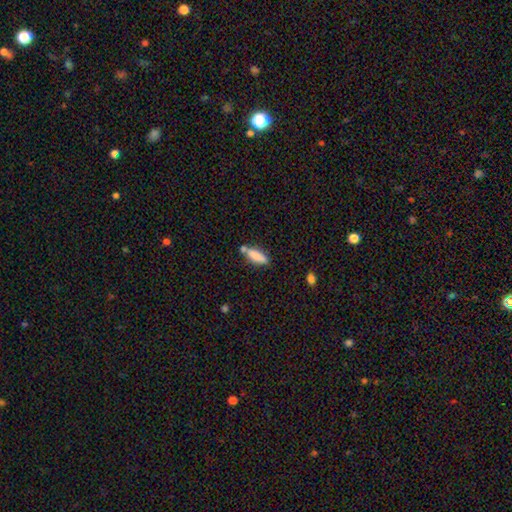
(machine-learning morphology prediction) smooth-or-featured: smooth: 80% | featured or disk: 13% | star or artifact: 7%
  how-rounded: cigar-shaped: 51% | in between: 47% | round: 2%
  merging: none: 57% | merger: 21% | minor disturbance: 18% | major disturbance: 5%